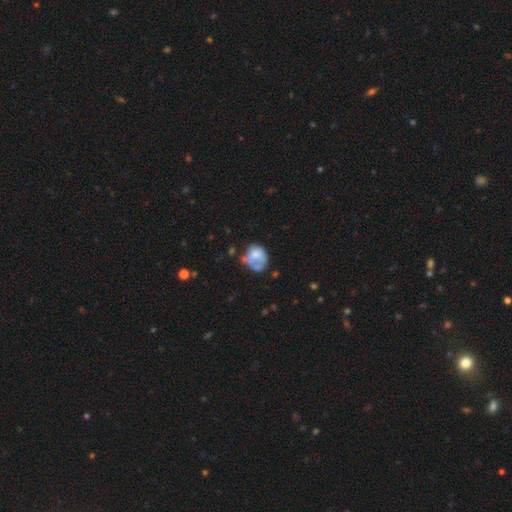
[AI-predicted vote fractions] This appears to be a smooth galaxy with no disk features (60%) that is round (58%). Merging: none (31%).